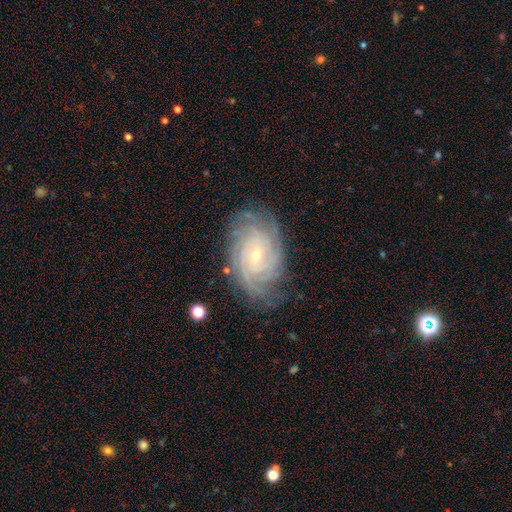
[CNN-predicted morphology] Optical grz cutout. It shows a featured or disk galaxy (88%) with no bar (53%), tight (76%) spiral arms (98%) and a small central bulge (74%). Merging: none (77%).